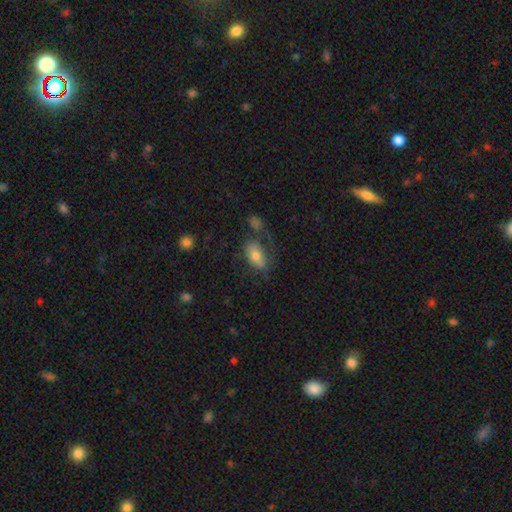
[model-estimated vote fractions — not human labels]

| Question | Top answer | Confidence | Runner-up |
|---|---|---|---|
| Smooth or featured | smooth | 70% | featured or disk (22%) |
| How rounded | in between | 90% | round (6%) |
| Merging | none | 48% | minor disturbance (21%) |